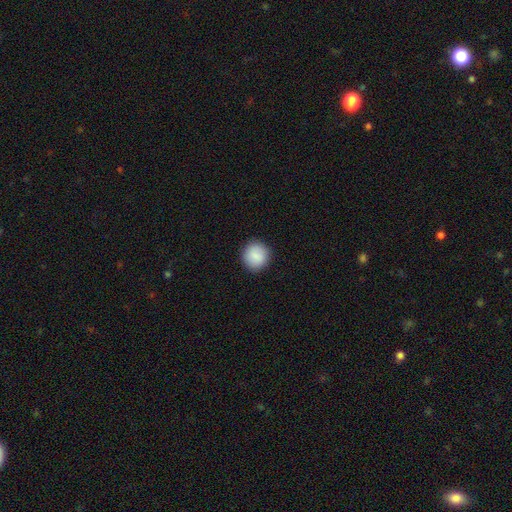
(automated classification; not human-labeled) Smooth or featured: smooth — 88% (star or artifact — 7%)
How rounded: round — 91% (in between — 8%)
Merging: none — 91% (minor disturbance — 7%)